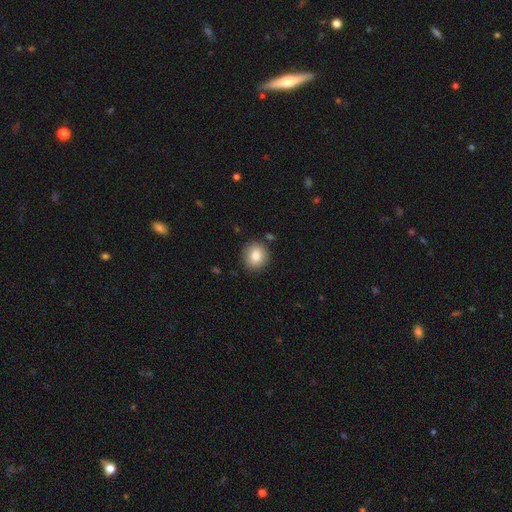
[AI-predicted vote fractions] Q: Smooth or featured?
A: smooth (83%); runner-up: star or artifact (9%)
Q: How rounded?
A: round (86%); runner-up: in between (13%)
Q: Merging?
A: none (87%); runner-up: minor disturbance (8%)